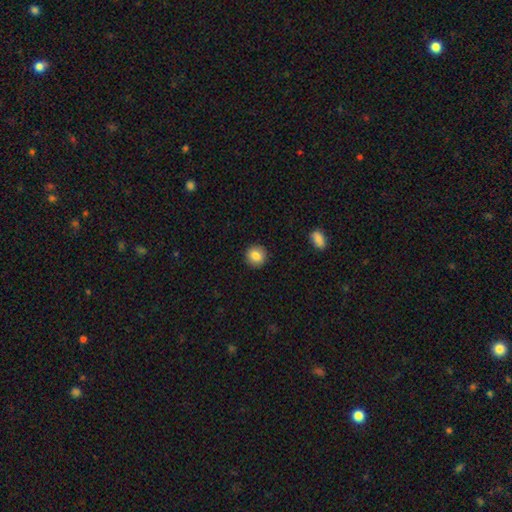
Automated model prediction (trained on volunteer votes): Overall: smooth (84%). How rounded: round (93%). Merging: none (92%).